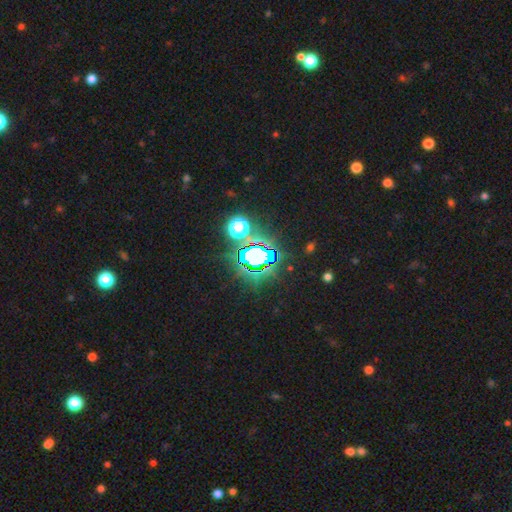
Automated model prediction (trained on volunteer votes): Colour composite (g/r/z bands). It shows a star or artifact, not a galaxy (74%).